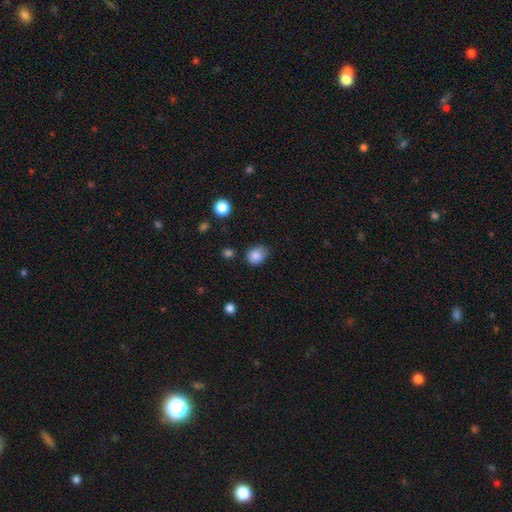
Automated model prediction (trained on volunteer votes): Smooth or featured: smooth — 85% (star or artifact — 10%)
How rounded: round — 58% (in between — 41%)
Merging: none — 67% (minor disturbance — 25%)